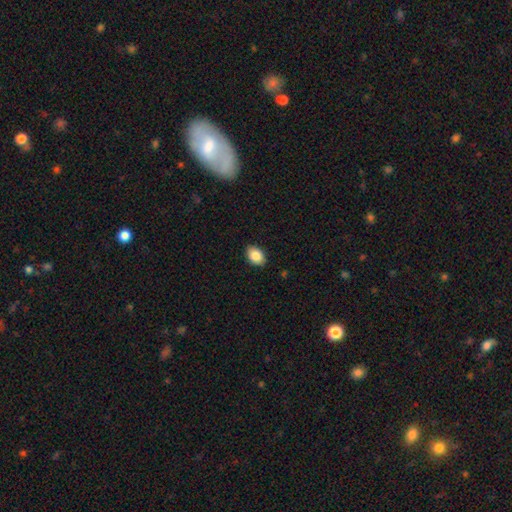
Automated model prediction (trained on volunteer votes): smooth-or-featured: smooth: 86% | star or artifact: 7% | featured or disk: 7%
  how-rounded: in between: 83% | round: 16% | cigar-shaped: 1%
  merging: none: 88% | minor disturbance: 9% | major disturbance: 2% | merger: 1%